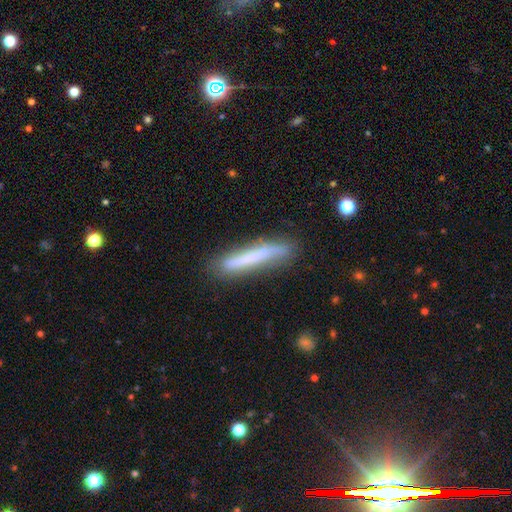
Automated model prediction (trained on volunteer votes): smooth 57%, featured or disk 36%, star or artifact 8%. Down the decision tree: how rounded — cigar-shaped (94%); merging — none (80%).